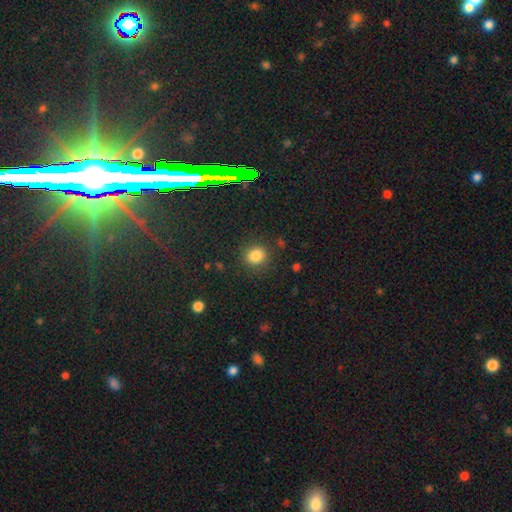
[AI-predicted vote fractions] Smooth or featured?
  - smooth: 81% *
  - star or artifact: 13%
  - featured or disk: 5%
How rounded?
  - round: 74% *
  - in between: 25%
  - cigar-shaped: 1%
Merging?
  - none: 86% *
  - minor disturbance: 9%
  - major disturbance: 4%
  - merger: 2%